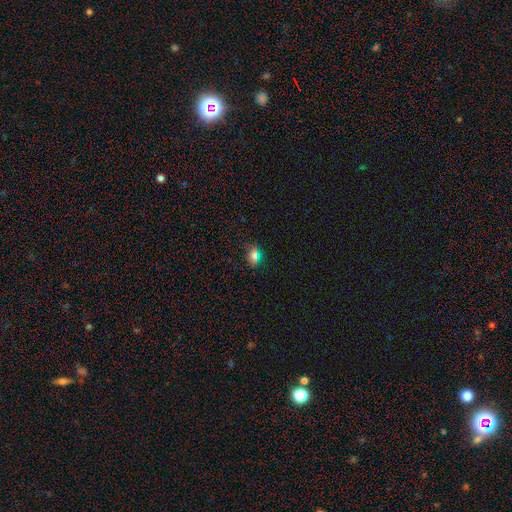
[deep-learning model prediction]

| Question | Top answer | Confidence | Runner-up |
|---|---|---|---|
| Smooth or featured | smooth | 69% | star or artifact (21%) |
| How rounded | in between | 67% | round (28%) |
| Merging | none | 84% | minor disturbance (12%) |